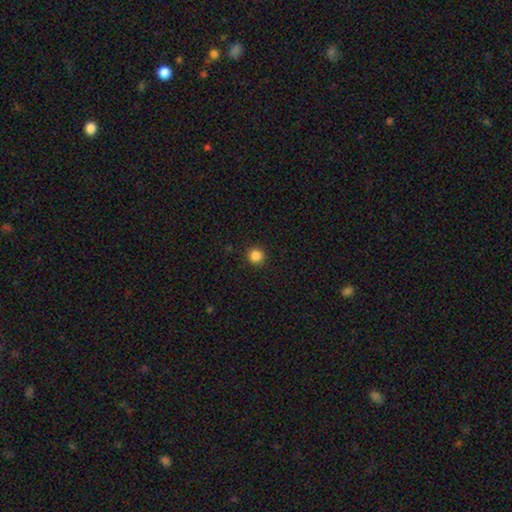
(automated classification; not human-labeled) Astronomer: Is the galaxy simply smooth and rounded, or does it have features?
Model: smooth — 85%.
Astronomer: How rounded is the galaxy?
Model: round — 94%.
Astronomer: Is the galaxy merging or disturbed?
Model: none — 92%.